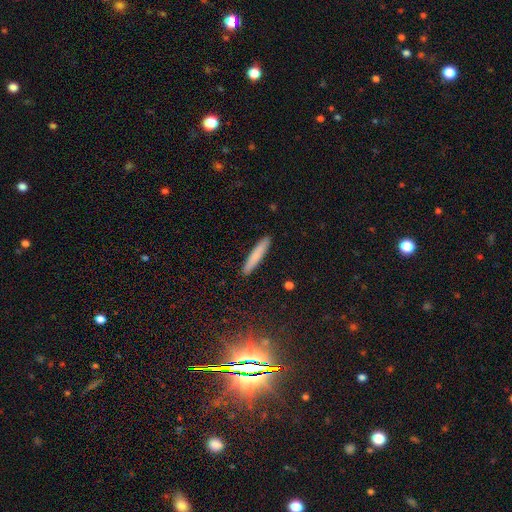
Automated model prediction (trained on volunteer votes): The model was most divided on "smooth or featured": smooth: 76%, featured or disk: 18%, star or artifact: 7%. More confident: how rounded — cigar-shaped (93%); merging — none (92%).